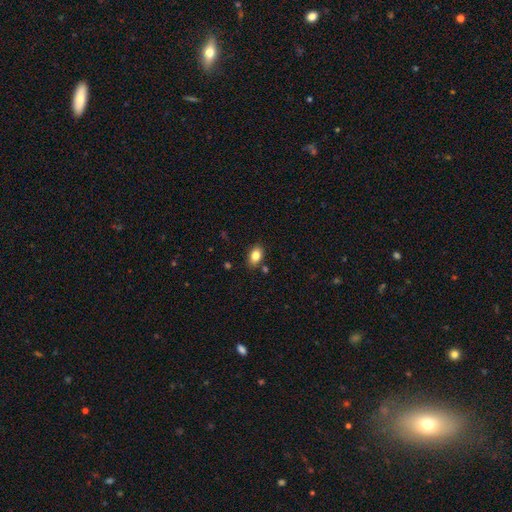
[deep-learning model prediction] A smooth galaxy with no disk features (83%) that is in between round and cigar-shaped (87%).

Vote fractions:
- Smooth or featured? smooth: 83% / star or artifact: 9% / featured or disk: 8%
- How rounded? in between: 87% / round: 12% / cigar-shaped: 2%
- Merging? none: 84% / minor disturbance: 11% / merger: 3% / major disturbance: 2%